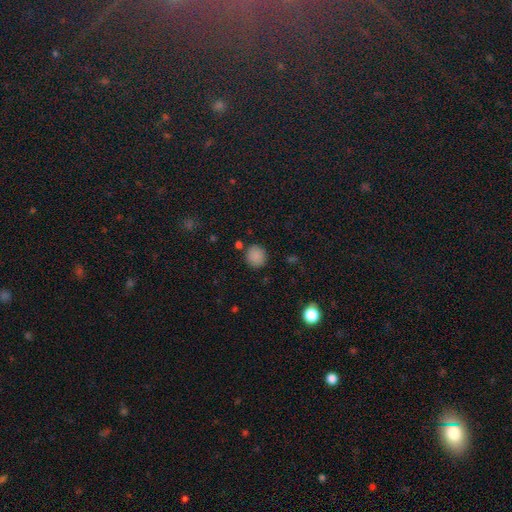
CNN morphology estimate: A smooth galaxy with no disk features (86%) that is round (87%). Merging: none (85%).